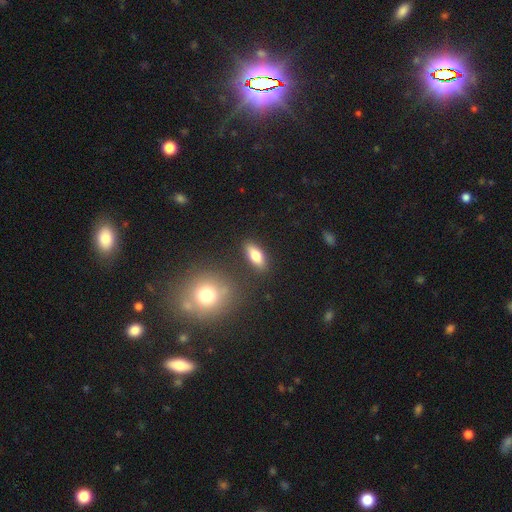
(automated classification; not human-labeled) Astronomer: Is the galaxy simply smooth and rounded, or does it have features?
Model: smooth — 73%.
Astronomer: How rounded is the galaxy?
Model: in between — 73%.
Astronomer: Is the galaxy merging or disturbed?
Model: none — 85%.